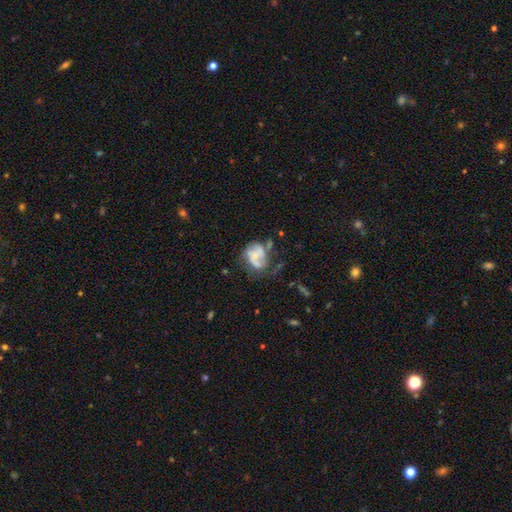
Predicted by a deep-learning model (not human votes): Morphology: type=featured or disk (57%); edge-on=no (98%); bar=no (71%); spiral arms=yes (52%); bulge=small (43%); merging=none (32%).